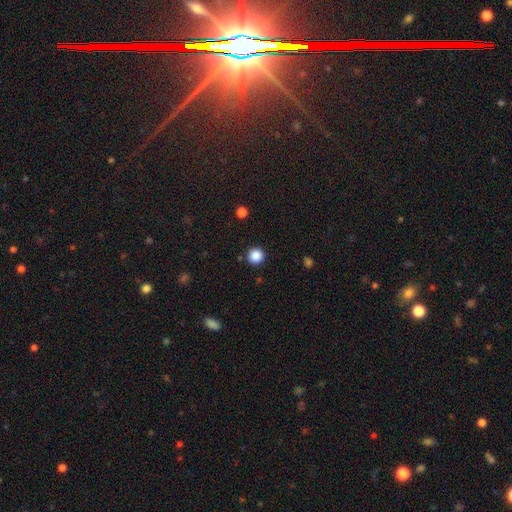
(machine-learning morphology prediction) A smooth galaxy with no disk features (87%) that is round (95%). Merging: none (90%).